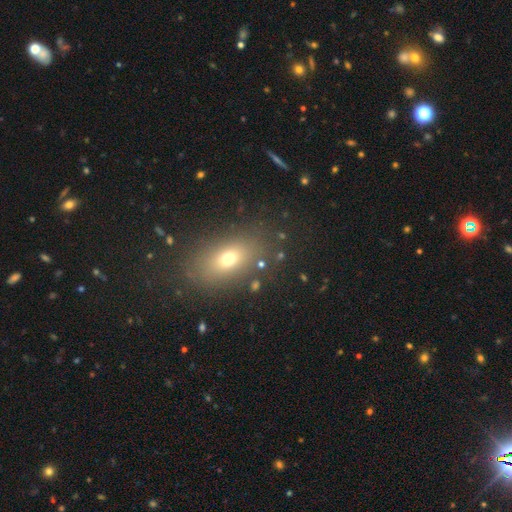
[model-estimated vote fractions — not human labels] smooth 61%, star or artifact 23%, featured or disk 15%. Down the decision tree: how rounded — in between (80%); merging — none (84%).